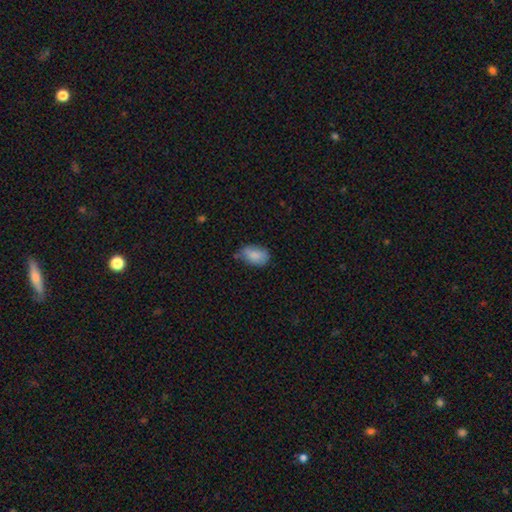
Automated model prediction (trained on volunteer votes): This is clearly a smooth galaxy (84%). How rounded: clearly in between (90%). Merging: possibly none (58%).